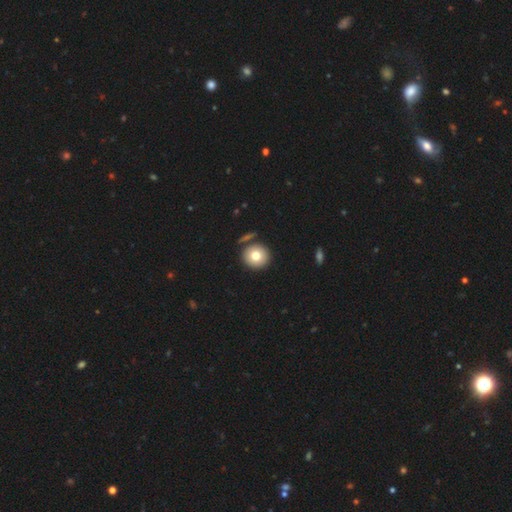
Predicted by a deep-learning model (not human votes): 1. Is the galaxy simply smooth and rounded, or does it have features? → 77% smooth, 13% featured or disk, 9% star or artifact.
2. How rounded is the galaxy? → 90% round, 9% in between, 1% cigar-shaped.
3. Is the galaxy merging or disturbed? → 83% none, 8% minor disturbance, 7% merger, 2% major disturbance.